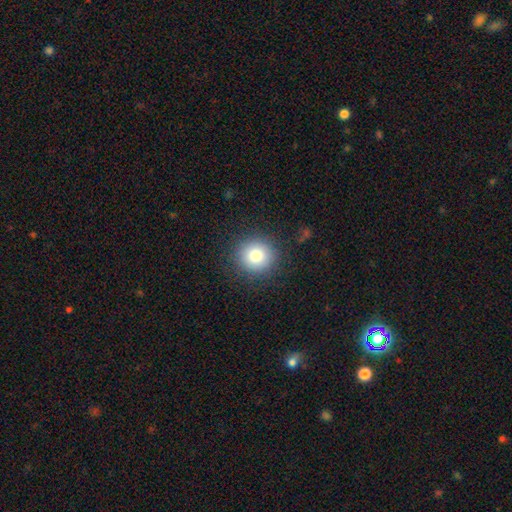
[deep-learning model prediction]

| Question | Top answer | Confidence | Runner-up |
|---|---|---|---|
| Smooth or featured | smooth | 83% | star or artifact (10%) |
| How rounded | round | 91% | in between (8%) |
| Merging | none | 88% | minor disturbance (7%) |